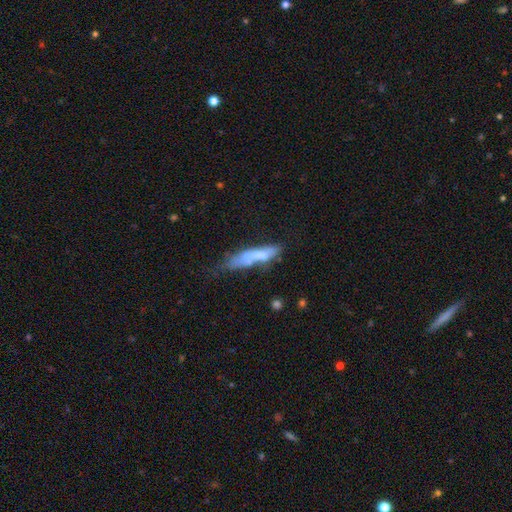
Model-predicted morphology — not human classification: Overall: smooth (59%; featured or disk 33%). How rounded: cigar-shaped (79%). Merging: none (37%; minor disturbance 29%).